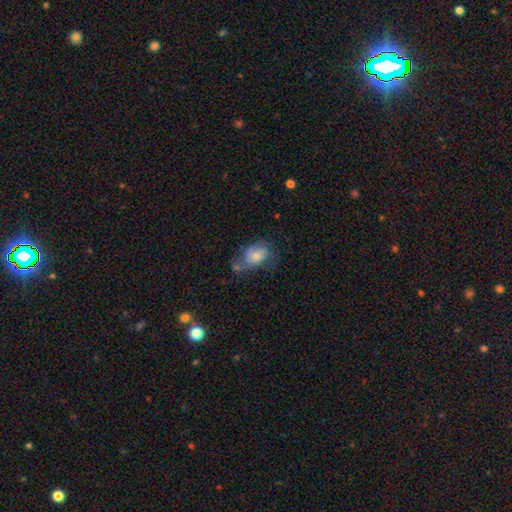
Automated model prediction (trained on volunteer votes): Q: Smooth or featured?
A: smooth (59%); runner-up: featured or disk (32%)
Q: How rounded?
A: in between (85%); runner-up: round (13%)
Q: Merging?
A: none (31%); runner-up: minor disturbance (29%)